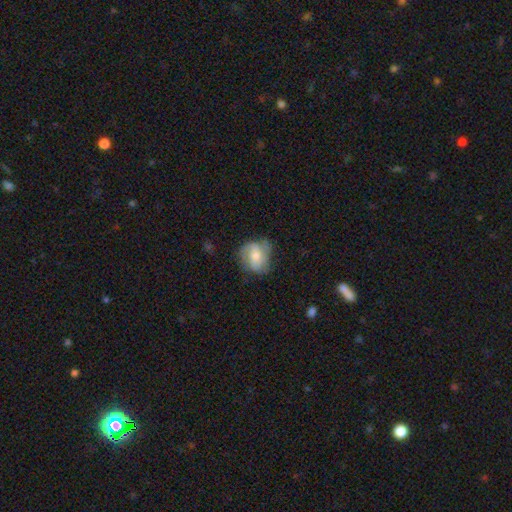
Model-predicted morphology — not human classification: Overall: smooth (47%; featured or disk 46%). Merging: none (55%; minor disturbance 29%).